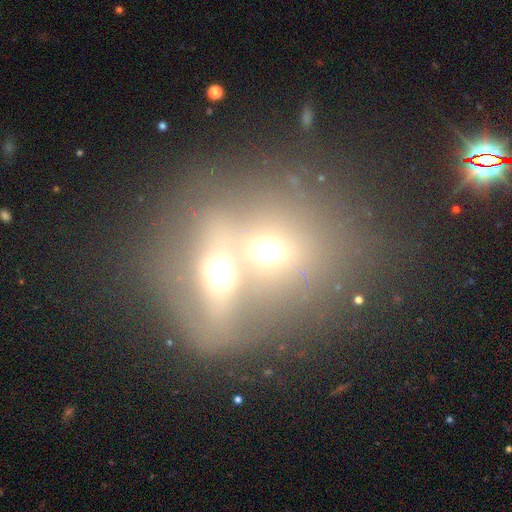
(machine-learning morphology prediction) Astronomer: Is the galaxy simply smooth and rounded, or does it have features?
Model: smooth — 46% (runner-up: featured or disk, 37%).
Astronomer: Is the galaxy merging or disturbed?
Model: merger — 77%.